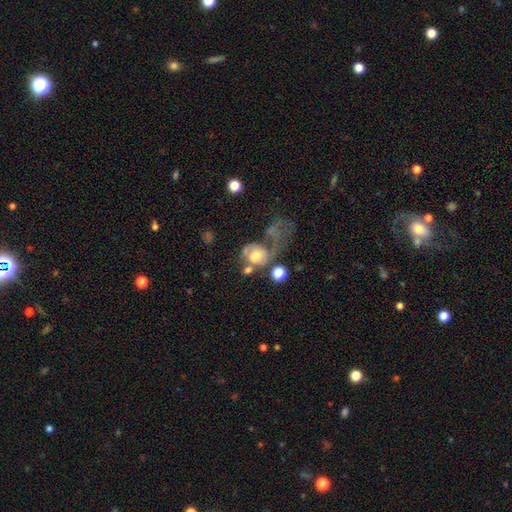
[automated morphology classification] Smooth or featured?
  - smooth: 46% *
  - featured or disk: 45%
  - star or artifact: 10%
Merging?
  - major disturbance: 44% *
  - merger: 26%
  - none: 17%
  - minor disturbance: 12%